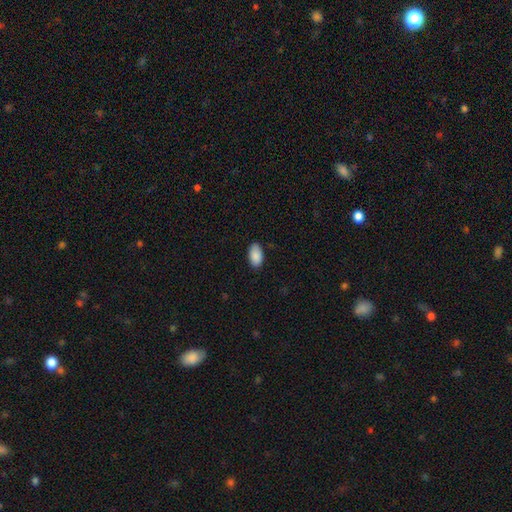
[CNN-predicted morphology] Overall: smooth (90%). How rounded: in between (95%). Merging: none (86%).